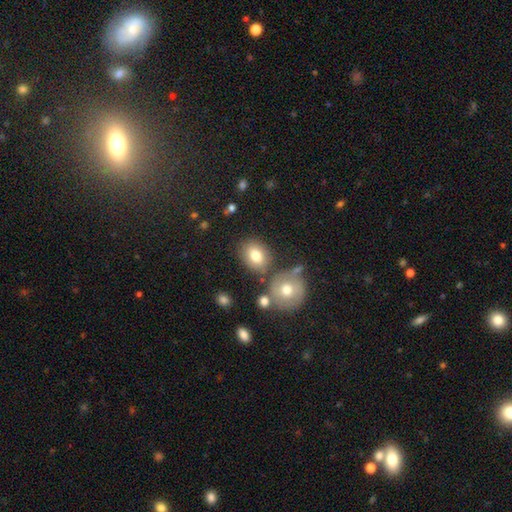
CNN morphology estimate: type=smooth (78%); roundness=in between (54%); merging=none (71%).